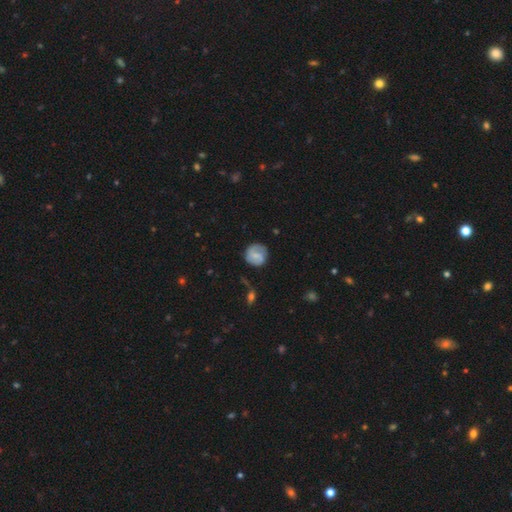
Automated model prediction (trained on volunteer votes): Smooth or featured? Predicted: smooth (p=0.49). Merging? Predicted: none (p=0.74).